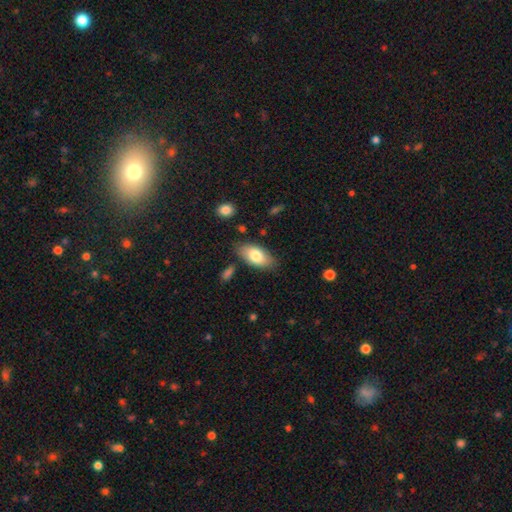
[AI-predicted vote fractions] smooth_or_featured: smooth (p=0.77) [alt: featured or disk p=0.16]
how_rounded: in between (p=0.93) [alt: cigar-shaped p=0.04]
merging: none (p=0.80) [alt: minor disturbance p=0.14]